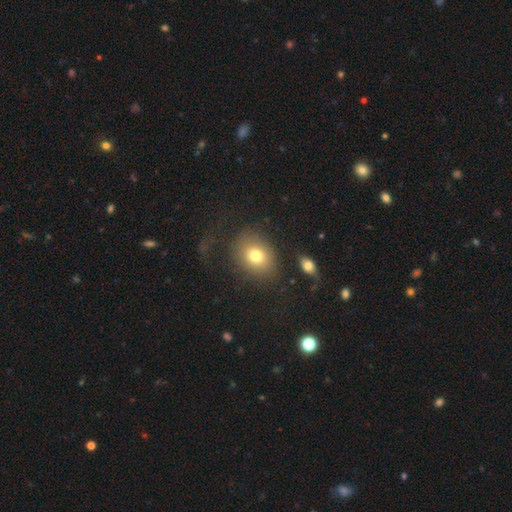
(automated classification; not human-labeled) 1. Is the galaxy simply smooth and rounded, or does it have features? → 75% smooth, 13% featured or disk, 11% star or artifact.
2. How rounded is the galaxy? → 52% round, 47% in between, 1% cigar-shaped.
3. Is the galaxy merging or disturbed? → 67% none, 15% minor disturbance, 15% major disturbance, 3% merger.